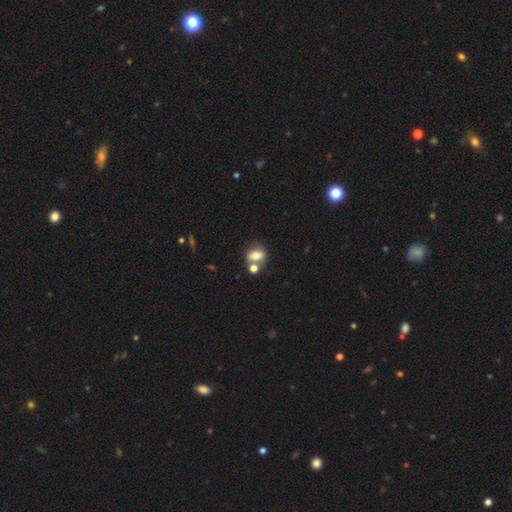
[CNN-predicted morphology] A smooth galaxy with no disk features (73%) that is in between round and cigar-shaped (56%). Merging: none (53%).